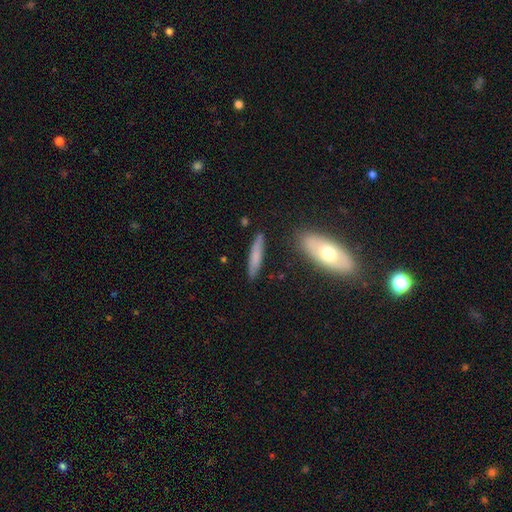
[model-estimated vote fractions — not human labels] This is likely a smooth galaxy (64%). How rounded: clearly cigar-shaped (88%). Merging: clearly none (85%).